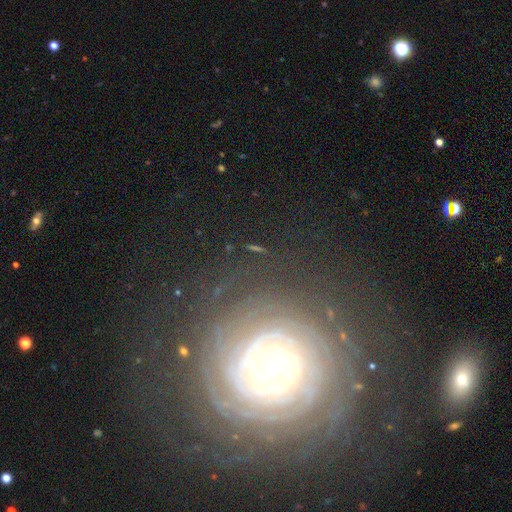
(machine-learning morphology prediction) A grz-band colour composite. It shows a featured or disk galaxy (81%) with no bar (80%), tight (88%) spiral arms (97%) and a small central bulge (62%). Merging: none (80%).